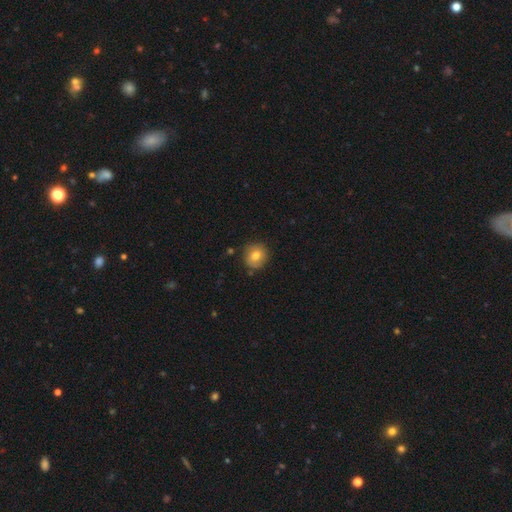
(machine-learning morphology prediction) This appears to be a smooth galaxy with no disk features (75%) that is round (89%). Merging: none (83%).